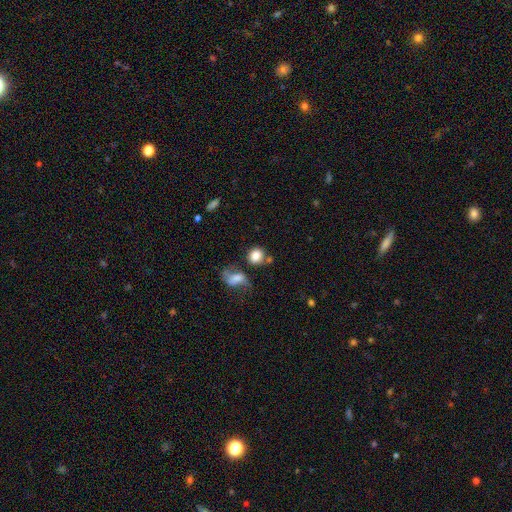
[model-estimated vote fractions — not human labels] Smooth or featured: smooth — 81% (featured or disk — 10%)
How rounded: round — 77% (in between — 21%)
Merging: none — 58% (merger — 19%)